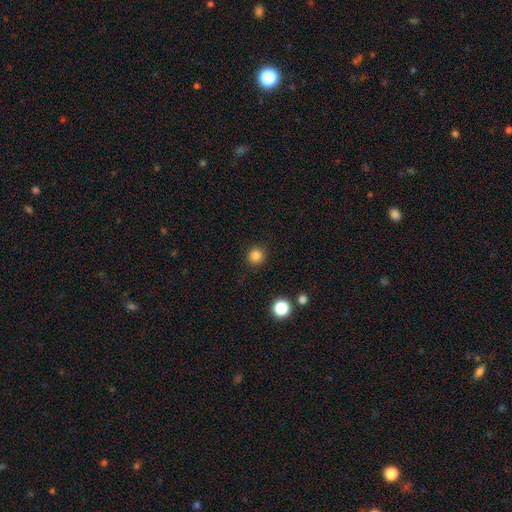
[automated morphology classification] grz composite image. It shows a smooth galaxy with no disk features (83%) that is round (95%). Merging: none (92%).